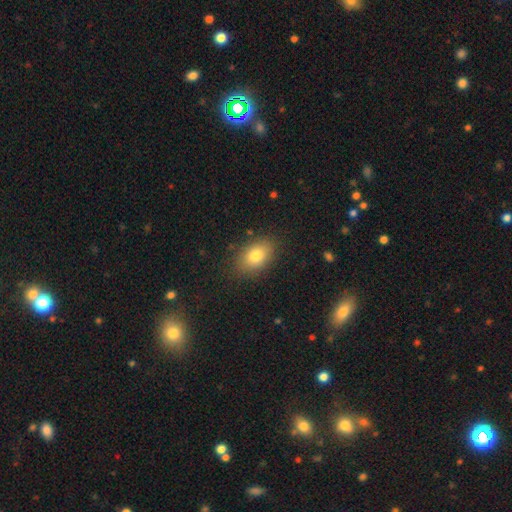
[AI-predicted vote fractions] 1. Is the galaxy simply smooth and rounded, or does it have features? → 79% smooth, 12% featured or disk, 9% star or artifact.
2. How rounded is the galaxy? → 85% in between, 14% round, 2% cigar-shaped.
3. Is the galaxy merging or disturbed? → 84% none, 11% minor disturbance, 3% major disturbance, 1% merger.